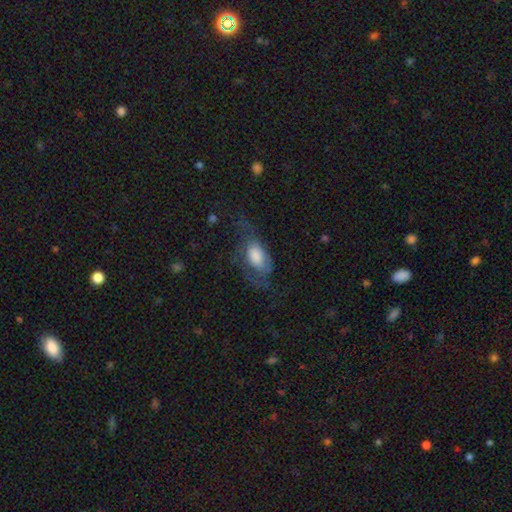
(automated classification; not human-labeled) Morphology: type=featured or disk (50%); edge-on=no (91%); merging=none (42%).